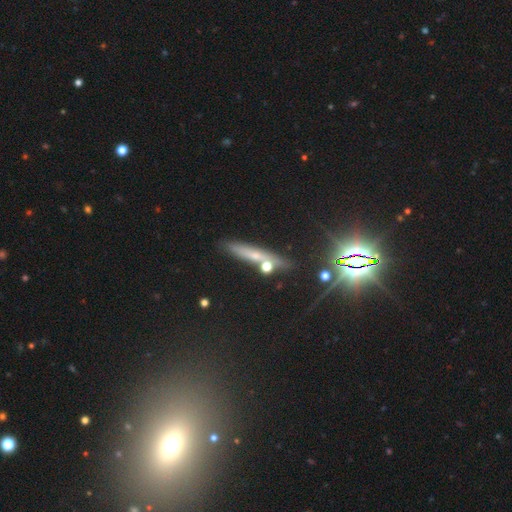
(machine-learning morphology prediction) type=smooth (43%); merging=none (75%).